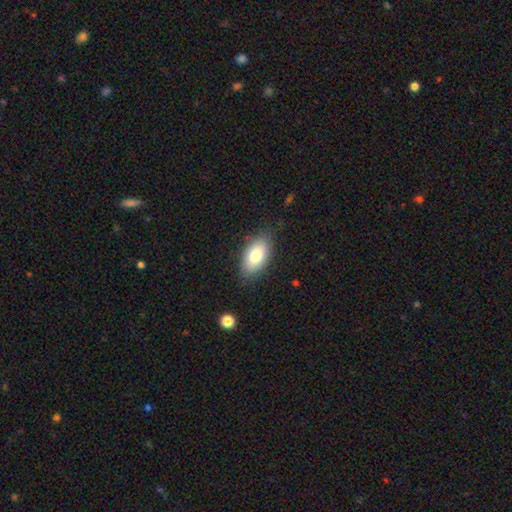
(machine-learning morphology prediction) Q: Smooth or featured?
A: smooth (78%); runner-up: featured or disk (15%)
Q: How rounded?
A: in between (92%); runner-up: round (4%)
Q: Merging?
A: none (83%); runner-up: minor disturbance (13%)